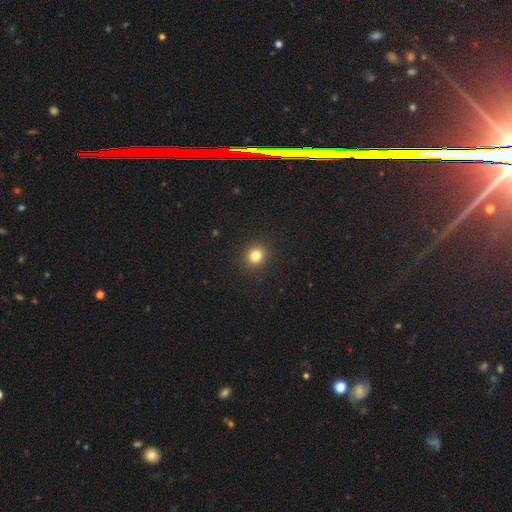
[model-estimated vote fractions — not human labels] smooth 82%, star or artifact 13%, featured or disk 5%. Down the decision tree: how rounded — round (87%); merging — none (92%).